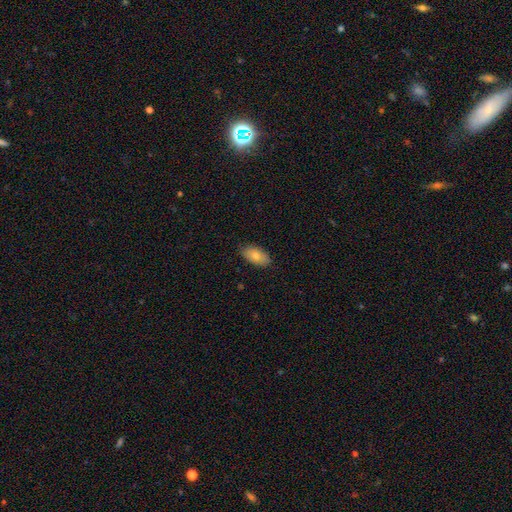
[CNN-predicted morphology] type=smooth (78%); roundness=in between (93%); merging=none (84%).